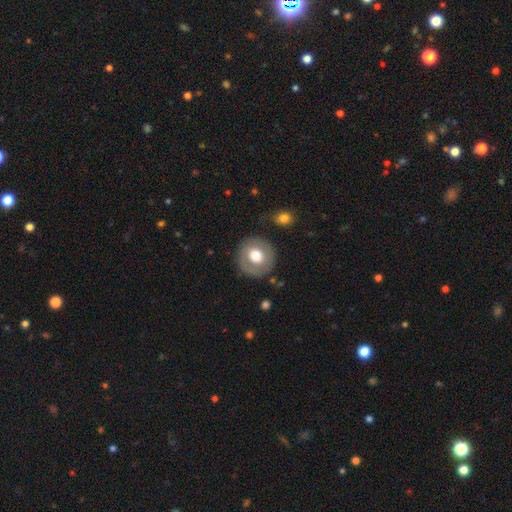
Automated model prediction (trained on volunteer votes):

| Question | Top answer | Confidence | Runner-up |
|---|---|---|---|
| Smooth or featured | smooth | 60% | featured or disk (32%) |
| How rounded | round | 91% | in between (8%) |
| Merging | none | 83% | minor disturbance (10%) |